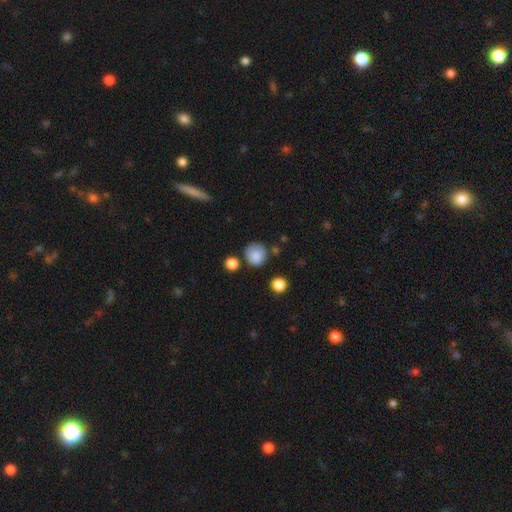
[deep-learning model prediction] smooth-or-featured: smooth: 85% | star or artifact: 10% | featured or disk: 6%
  how-rounded: round: 87% | in between: 12% | cigar-shaped: 1%
  merging: none: 69% | minor disturbance: 19% | merger: 7% | major disturbance: 6%